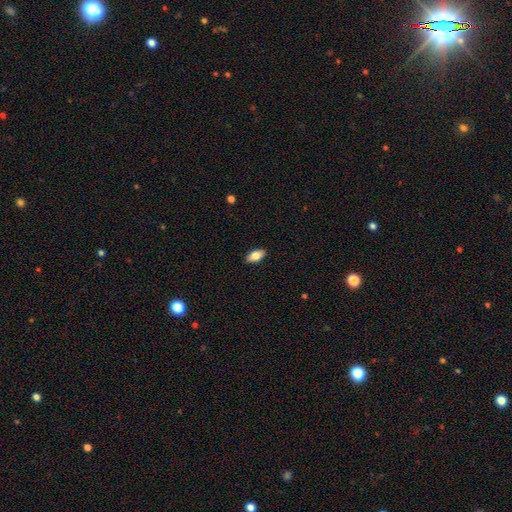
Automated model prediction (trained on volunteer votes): Smooth or featured: smooth — 81% (featured or disk — 12%)
How rounded: in between — 91% (cigar-shaped — 5%)
Merging: none — 89% (minor disturbance — 8%)